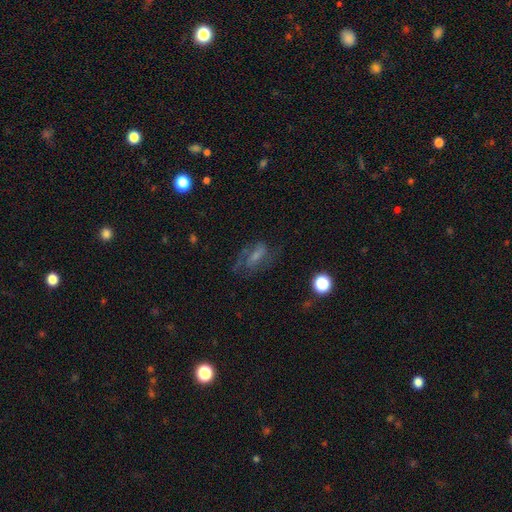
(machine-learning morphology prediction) The model was most divided on "smooth or featured": featured or disk: 52%, smooth: 33%, star or artifact: 15%. More confident: edge-on disk — no (91%); merging — none (54%).